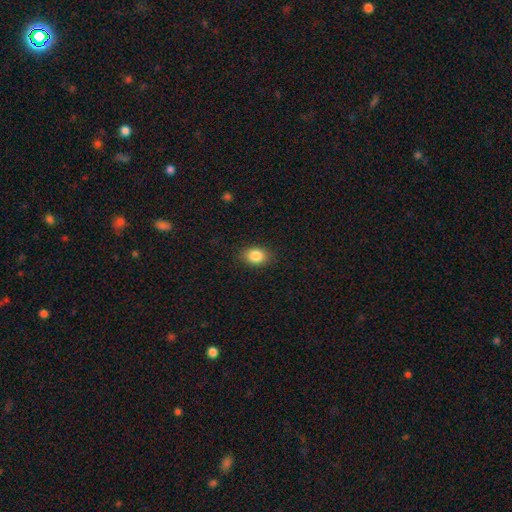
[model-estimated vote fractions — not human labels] Q: Smooth or featured?
A: smooth (86%); runner-up: star or artifact (9%)
Q: How rounded?
A: in between (65%); runner-up: round (34%)
Q: Merging?
A: none (87%); runner-up: minor disturbance (9%)